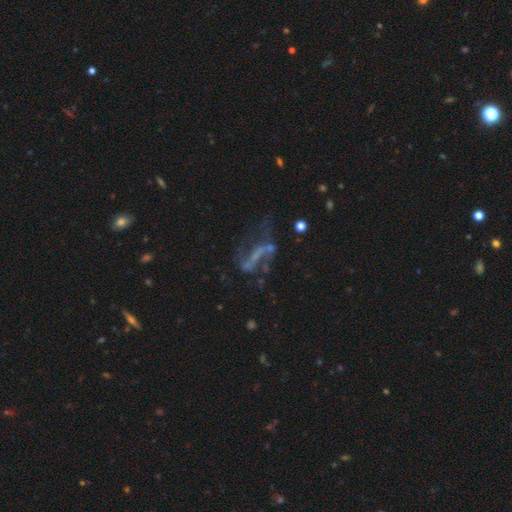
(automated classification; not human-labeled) featured or disk 60%, star or artifact 21%, smooth 19%. Down the decision tree: edge-on disk — no (87%); bar — no (45%); spiral arms — no (58%); bulge size — none (68%); merging — major disturbance (36%).